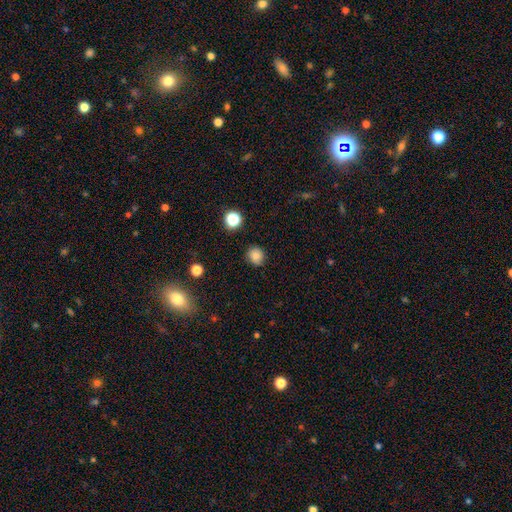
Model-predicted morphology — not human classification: A smooth galaxy with no disk features (82%) that is round (84%). Merging: none (85%).